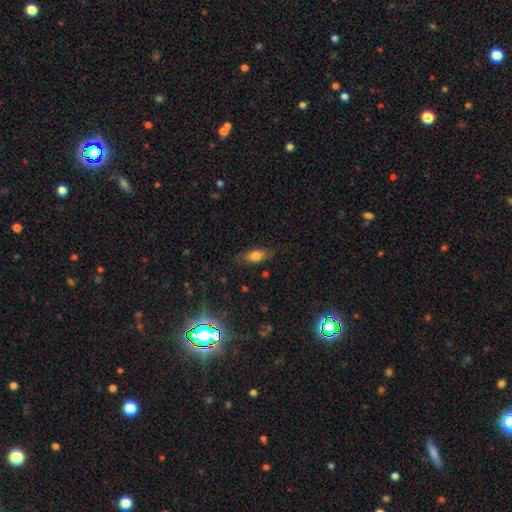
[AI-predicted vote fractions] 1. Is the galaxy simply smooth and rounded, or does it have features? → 76% smooth, 14% featured or disk, 11% star or artifact.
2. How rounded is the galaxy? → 82% in between, 13% cigar-shaped, 5% round.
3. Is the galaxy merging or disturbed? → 80% none, 15% minor disturbance, 4% major disturbance, 1% merger.